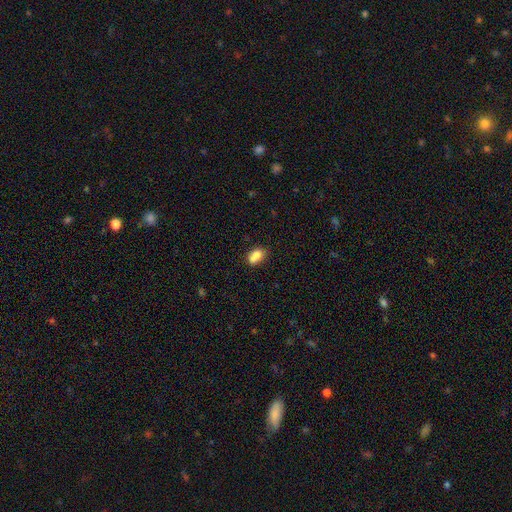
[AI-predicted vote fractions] Smooth or featured? smooth (76%)
How rounded? in between (76%)
Merging? none (42%)